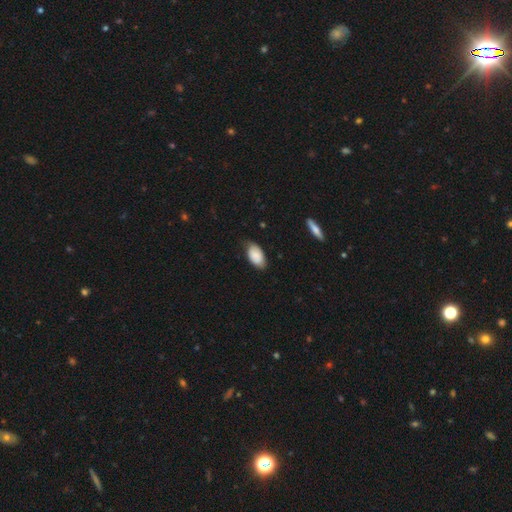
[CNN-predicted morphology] A smooth galaxy with no disk features (82%) that is in between round and cigar-shaped (93%).

Vote fractions:
- Smooth or featured? smooth: 82% / featured or disk: 12% / star or artifact: 7%
- How rounded? in between: 93% / round: 5% / cigar-shaped: 2%
- Merging? none: 67% / minor disturbance: 27% / major disturbance: 5% / merger: 1%